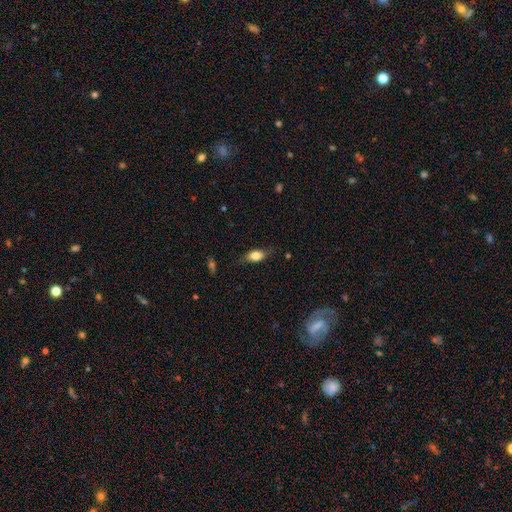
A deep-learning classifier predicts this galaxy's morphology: A smooth galaxy with no disk features (82%) that is in between round and cigar-shaped (86%).

Vote fractions:
- Smooth or featured? smooth: 82% / featured or disk: 11% / star or artifact: 8%
- How rounded? in between: 86% / cigar-shaped: 8% / round: 6%
- Merging? none: 75% / minor disturbance: 19% / major disturbance: 5% / merger: 1%